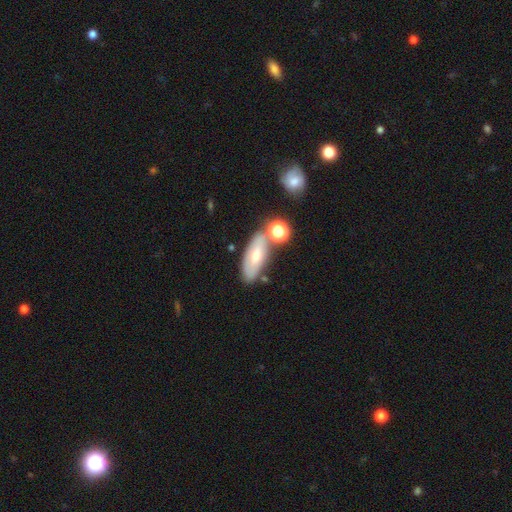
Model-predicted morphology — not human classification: type=featured or disk (46%); merging=none (64%).